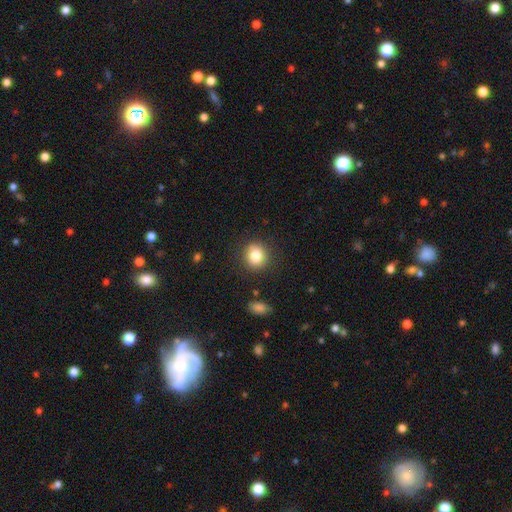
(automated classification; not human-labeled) Overall: smooth (82%). How rounded: round (83%). Merging: none (87%).